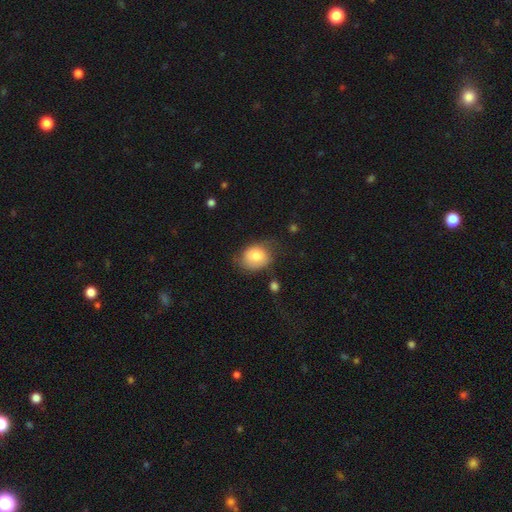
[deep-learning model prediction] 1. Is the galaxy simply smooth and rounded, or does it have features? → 76% smooth, 17% featured or disk, 8% star or artifact.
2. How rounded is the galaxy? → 53% round, 46% in between, 1% cigar-shaped.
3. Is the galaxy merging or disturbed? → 56% none, 29% minor disturbance, 11% major disturbance, 3% merger.